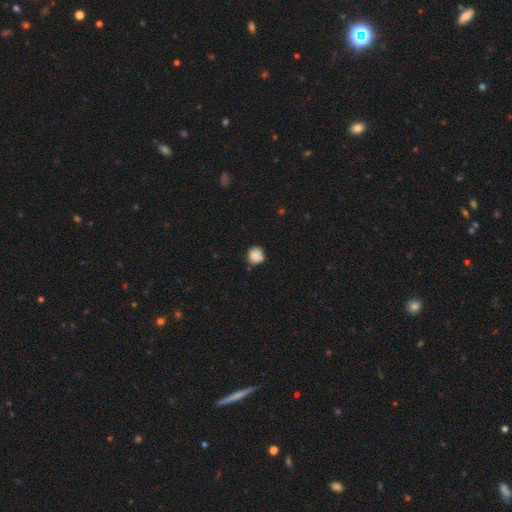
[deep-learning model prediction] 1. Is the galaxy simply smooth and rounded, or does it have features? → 87% smooth, 9% star or artifact, 4% featured or disk.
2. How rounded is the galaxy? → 88% round, 11% in between, 1% cigar-shaped.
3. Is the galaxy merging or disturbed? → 75% none, 18% minor disturbance, 4% merger, 3% major disturbance.